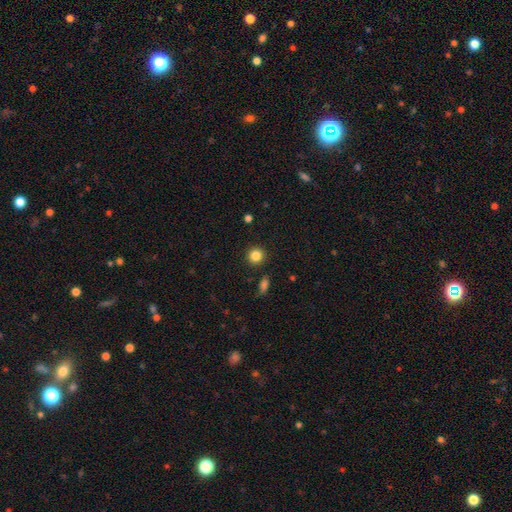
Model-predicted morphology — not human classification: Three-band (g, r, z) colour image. It shows a smooth galaxy with no disk features (85%) that is round (93%). Merging: none (91%).